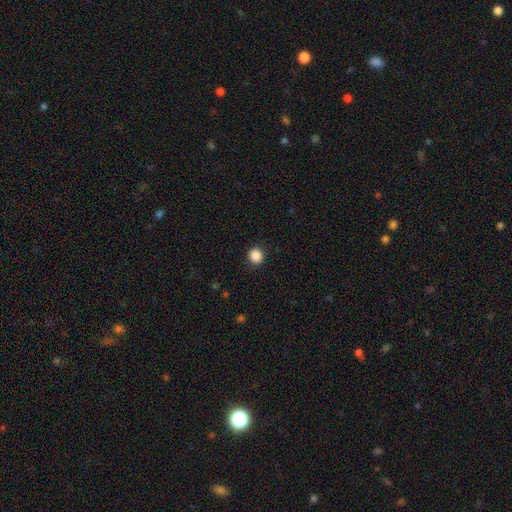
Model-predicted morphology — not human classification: smooth 87%, star or artifact 10%, featured or disk 3%. Down the decision tree: how rounded — round (91%); merging — none (91%).